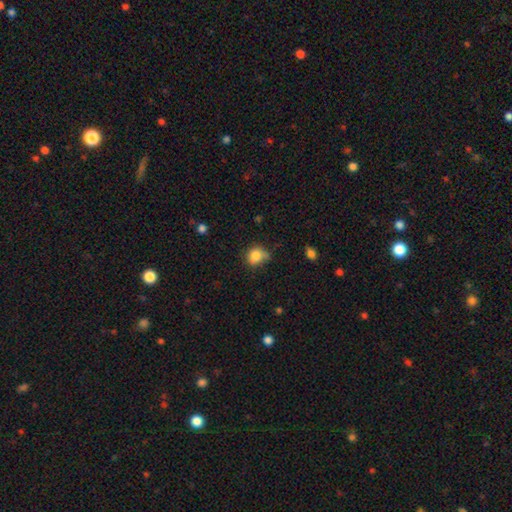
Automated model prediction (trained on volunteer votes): smooth-or-featured: smooth: 83% | star or artifact: 10% | featured or disk: 7%
  how-rounded: round: 72% | in between: 27% | cigar-shaped: 1%
  merging: none: 55% | minor disturbance: 30% | major disturbance: 8% | merger: 7%